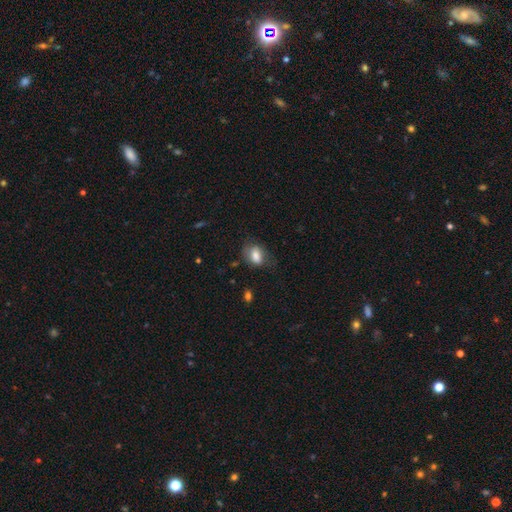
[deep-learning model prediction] A smooth galaxy with no disk features (76%) that is in between round and cigar-shaped (80%).

Vote fractions:
- Smooth or featured? smooth: 76% / featured or disk: 16% / star or artifact: 8%
- How rounded? in between: 80% / round: 18% / cigar-shaped: 2%
- Merging? none: 54% / minor disturbance: 29% / major disturbance: 15% / merger: 2%